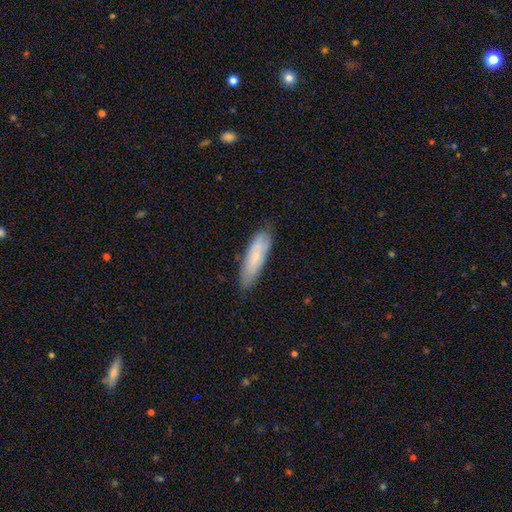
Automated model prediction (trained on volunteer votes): This is likely a smooth galaxy (73%). How rounded: possibly cigar-shaped (59%). Merging: likely none (78%).